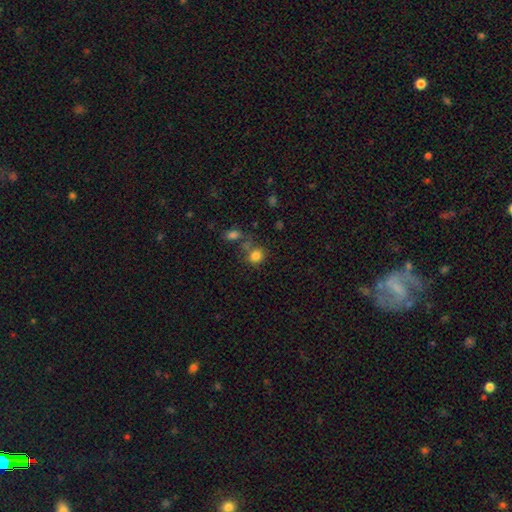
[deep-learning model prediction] Smooth or featured? smooth (81%)
How rounded? round (79%)
Merging? none (57%)